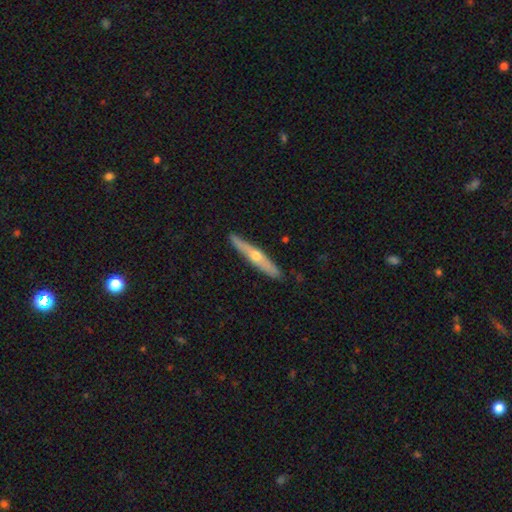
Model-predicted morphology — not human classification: Smooth or featured? featured or disk (61%)
Edge-on disk? yes (93%)
Edge-on bulge? rounded (88%)
Merging? none (90%)